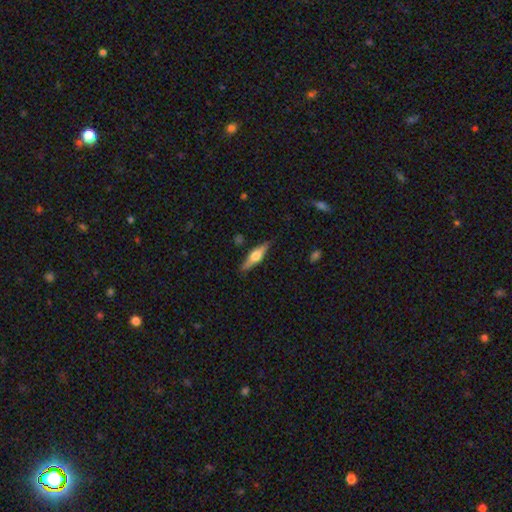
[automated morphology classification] smooth_or_featured: featured or disk (p=0.60) [alt: smooth p=0.34]
disk_edge_on: yes (p=0.95) [alt: no p=0.05]
edge_on_bulge: rounded (p=0.91) [alt: boxy p=0.07]
merging: none (p=0.85) [alt: minor disturbance p=0.11]